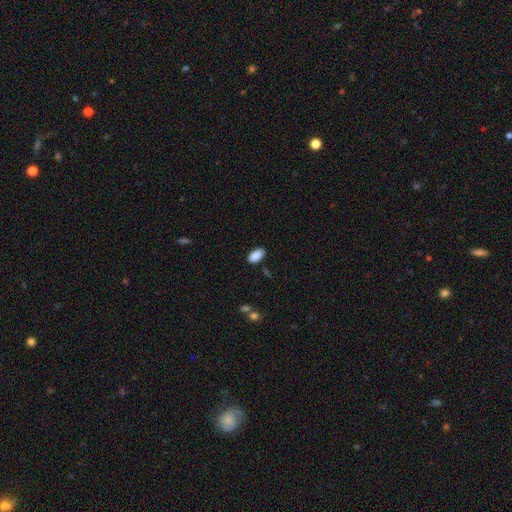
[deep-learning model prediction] smooth-or-featured: smooth: 89% | star or artifact: 7% | featured or disk: 3%
  how-rounded: in between: 94% | cigar-shaped: 3% | round: 3%
  merging: none: 84% | minor disturbance: 12% | major disturbance: 2% | merger: 2%